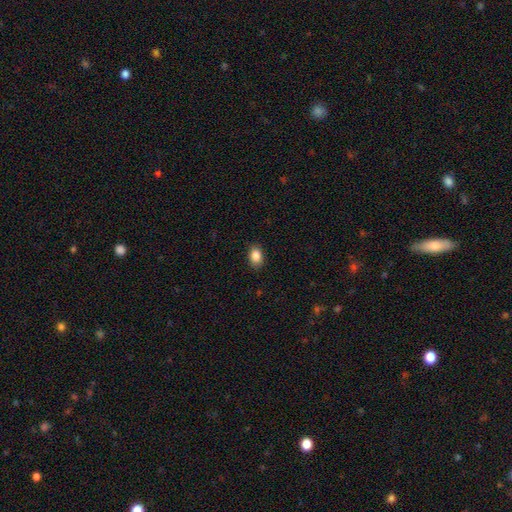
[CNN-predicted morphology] A smooth galaxy with no disk features (87%) that is in between round and cigar-shaped (79%).

Vote fractions:
- Smooth or featured? smooth: 87% / star or artifact: 9% / featured or disk: 5%
- How rounded? in between: 79% / round: 20% / cigar-shaped: 1%
- Merging? none: 88% / minor disturbance: 9% / major disturbance: 2% / merger: 1%